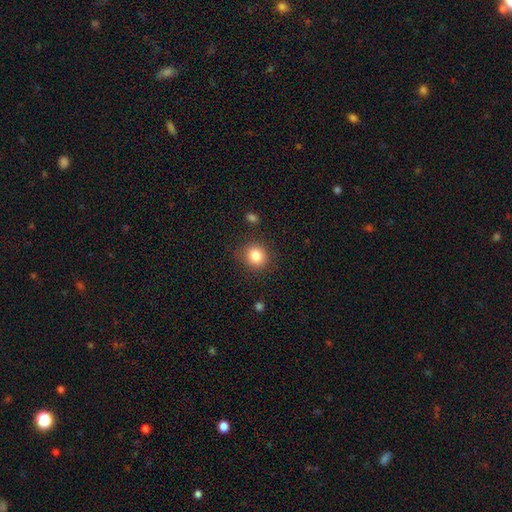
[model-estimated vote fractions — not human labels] A smooth galaxy with no disk features (83%) that is round (88%). Merging: none (85%).